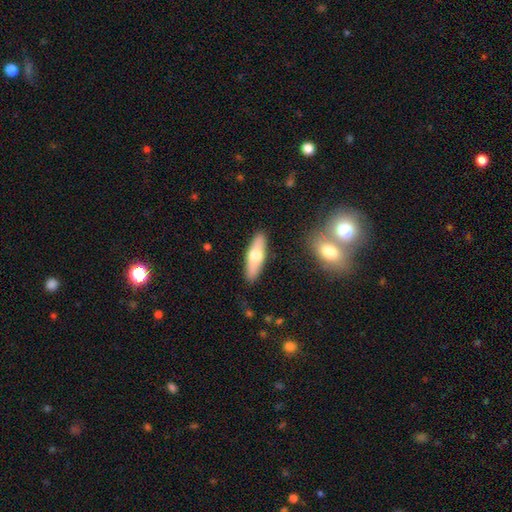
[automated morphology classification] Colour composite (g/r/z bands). It shows a smooth galaxy with no disk features (59%) that is cigar-shaped (49%, tied with in between). Merging: none (88%).